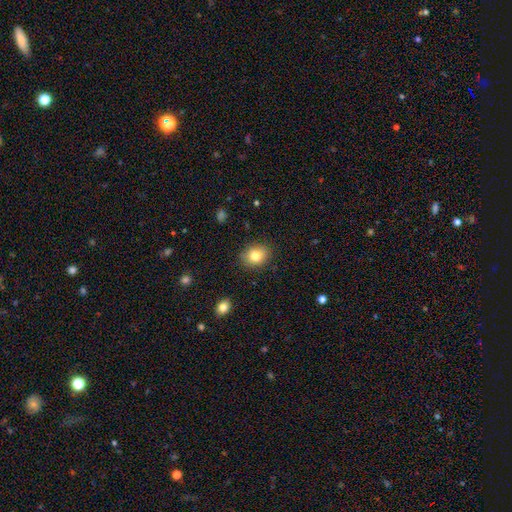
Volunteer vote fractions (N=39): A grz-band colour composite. It shows a smooth galaxy with no disk features (82%) that is in between round and cigar-shaped (59%). Merging: none (89%).